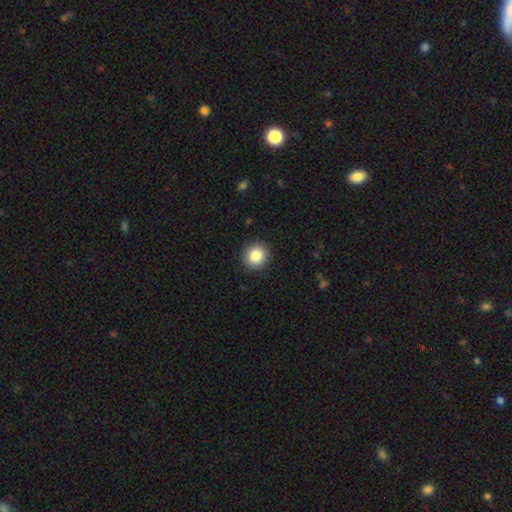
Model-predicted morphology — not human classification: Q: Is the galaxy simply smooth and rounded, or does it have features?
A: smooth — 85%.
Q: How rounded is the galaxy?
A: round — 90%.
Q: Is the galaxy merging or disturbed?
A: none — 92%.